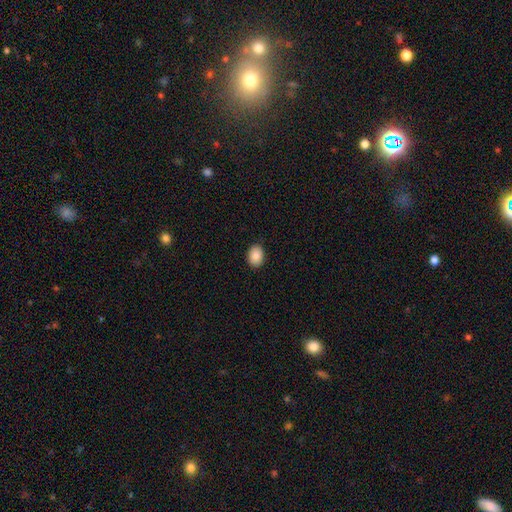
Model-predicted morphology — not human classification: This appears to be a smooth galaxy with no disk features (87%) that is in between round and cigar-shaped (73%). Merging: none (89%).